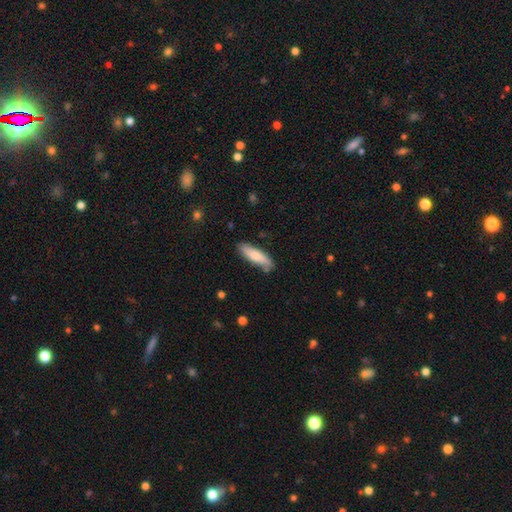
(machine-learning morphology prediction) This appears to be a smooth galaxy with no disk features (75%) that is cigar-shaped (62%). Merging: none (81%).